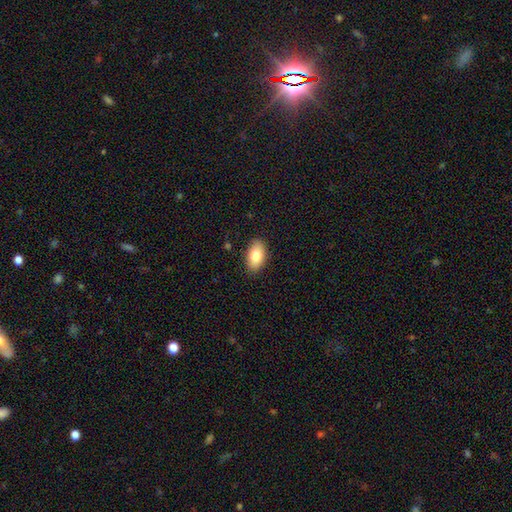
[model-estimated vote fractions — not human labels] smooth_or_featured: smooth (p=0.83) [alt: featured or disk p=0.10]
how_rounded: in between (p=0.93) [alt: round p=0.05]
merging: none (p=0.87) [alt: minor disturbance p=0.10]